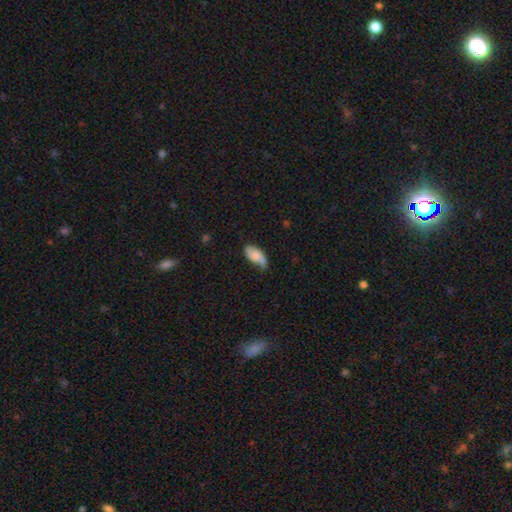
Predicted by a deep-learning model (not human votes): Q: Smooth or featured?
A: smooth (62%); runner-up: featured or disk (31%)
Q: How rounded?
A: in between (91%); runner-up: cigar-shaped (6%)
Q: Merging?
A: none (44%); runner-up: minor disturbance (39%)